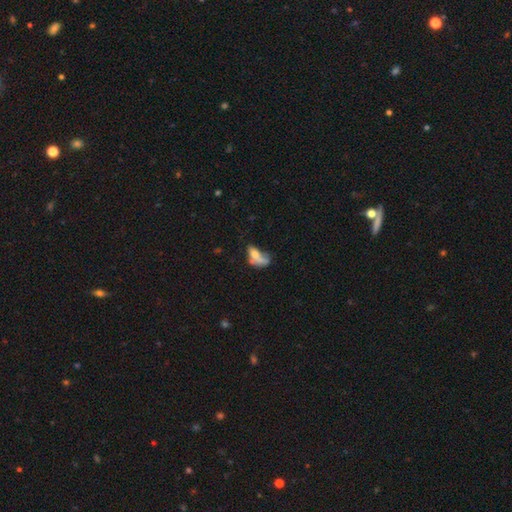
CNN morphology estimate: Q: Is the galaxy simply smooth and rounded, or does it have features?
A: smooth — 57%.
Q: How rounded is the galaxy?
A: in between — 79%.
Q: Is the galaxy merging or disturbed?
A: major disturbance — 29%, tied with merger.